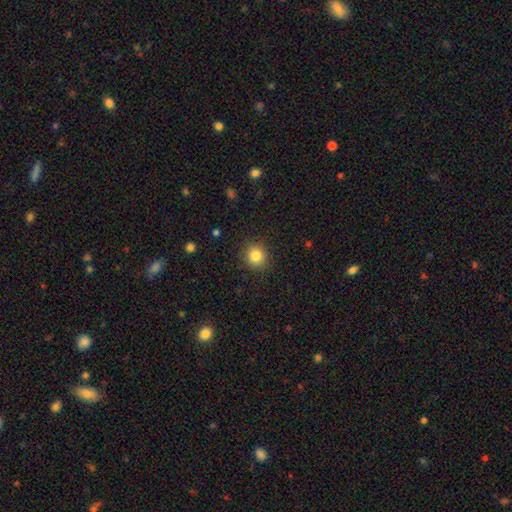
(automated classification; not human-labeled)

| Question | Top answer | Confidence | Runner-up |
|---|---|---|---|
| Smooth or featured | smooth | 83% | star or artifact (11%) |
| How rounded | round | 86% | in between (13%) |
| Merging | none | 90% | minor disturbance (7%) |